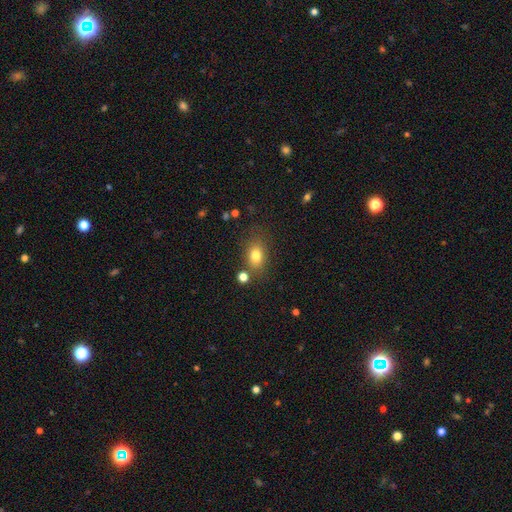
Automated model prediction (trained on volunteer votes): Smooth or featured?
  - smooth: 79% *
  - star or artifact: 11%
  - featured or disk: 10%
How rounded?
  - in between: 72% *
  - round: 26%
  - cigar-shaped: 2%
Merging?
  - none: 74% *
  - minor disturbance: 14%
  - merger: 7%
  - major disturbance: 5%